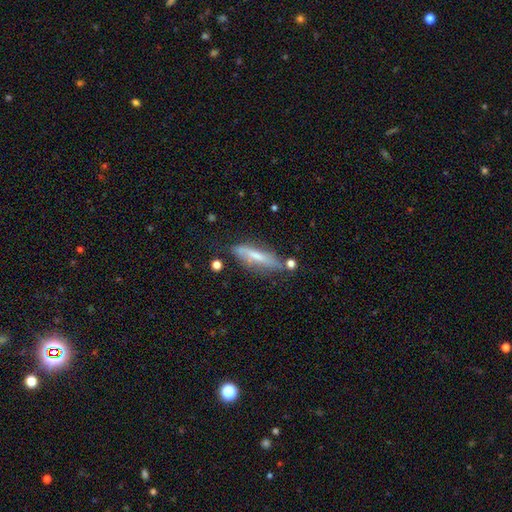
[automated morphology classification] A featured or disk galaxy (48%).

Vote fractions:
- Smooth or featured? featured or disk: 48% / smooth: 43% / star or artifact: 8%
- Merging? none: 66% / minor disturbance: 21% / merger: 7% / major disturbance: 6%